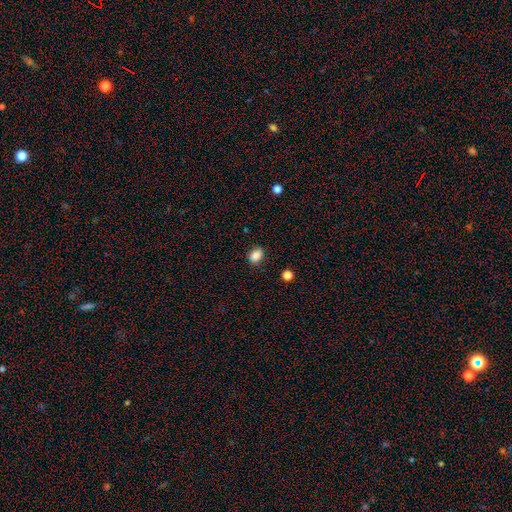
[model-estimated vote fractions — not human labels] This appears to be a smooth galaxy with no disk features (87%) that is in between round and cigar-shaped (68%). Merging: none (85%).